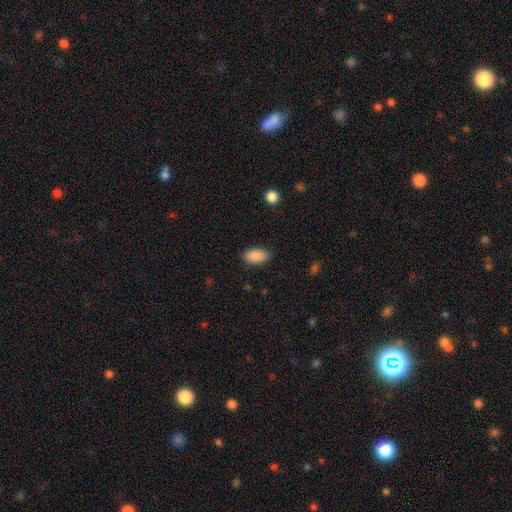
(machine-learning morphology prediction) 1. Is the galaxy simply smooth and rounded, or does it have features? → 90% smooth, 7% star or artifact, 3% featured or disk.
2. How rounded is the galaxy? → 93% in between, 4% cigar-shaped, 3% round.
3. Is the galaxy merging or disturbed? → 85% none, 11% minor disturbance, 3% major disturbance, 1% merger.